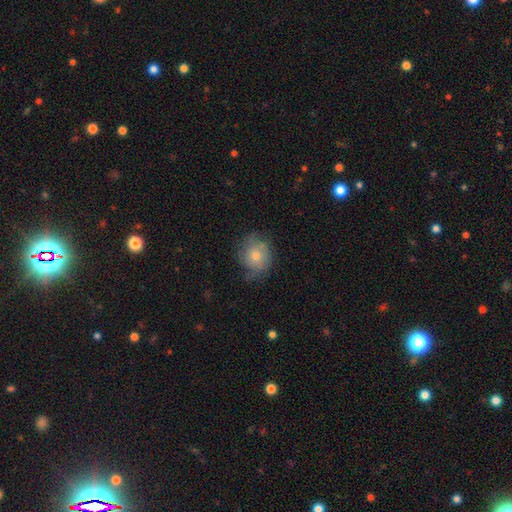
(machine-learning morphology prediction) Smooth or featured? smooth (60%)
How rounded? round (72%)
Merging? none (64%)